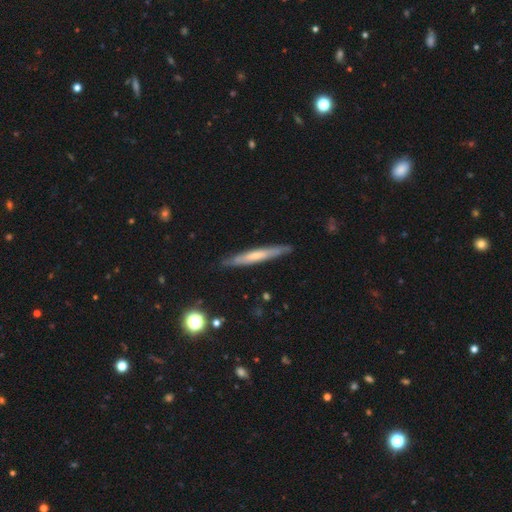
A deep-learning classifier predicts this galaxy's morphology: Smooth or featured? Predicted: featured or disk (p=0.50). Merging? Predicted: none (p=0.85).